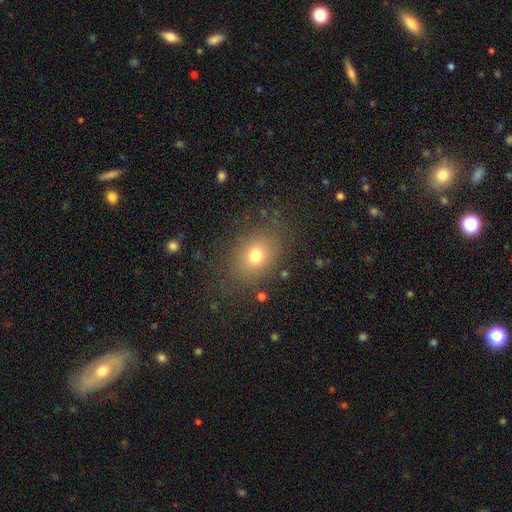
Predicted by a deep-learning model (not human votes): A smooth galaxy with no disk features (73%) that is in between round and cigar-shaped (53%).

Vote fractions:
- Smooth or featured? smooth: 73% / star or artifact: 15% / featured or disk: 12%
- How rounded? in between: 53% / round: 45% / cigar-shaped: 1%
- Merging? none: 80% / minor disturbance: 12% / major disturbance: 6% / merger: 2%